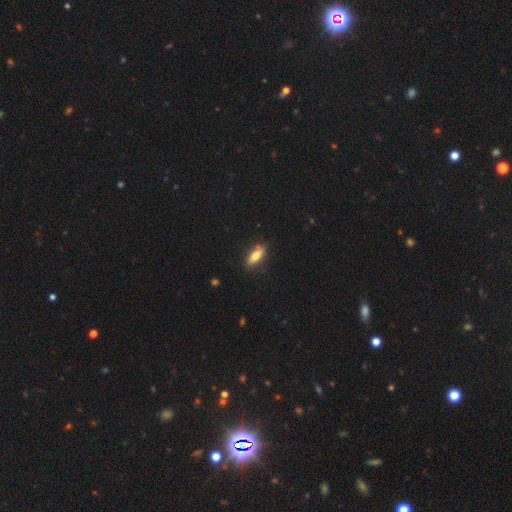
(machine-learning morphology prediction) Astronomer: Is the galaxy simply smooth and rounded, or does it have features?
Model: smooth — 73%.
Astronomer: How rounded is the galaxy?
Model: in between — 70%.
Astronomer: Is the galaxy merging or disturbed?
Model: none — 80%.